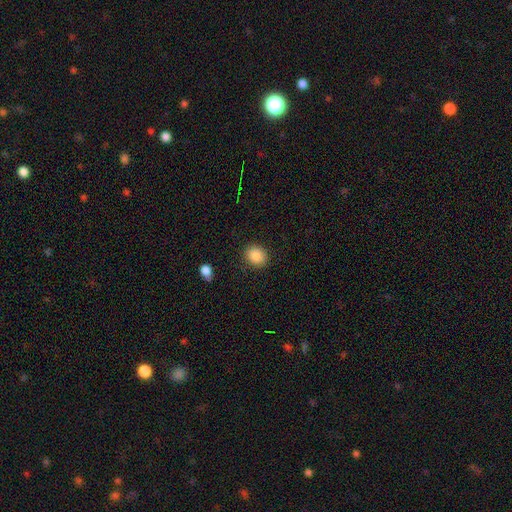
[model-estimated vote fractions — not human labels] Morphology: type=smooth (88%); roundness=round (67%); merging=none (86%).